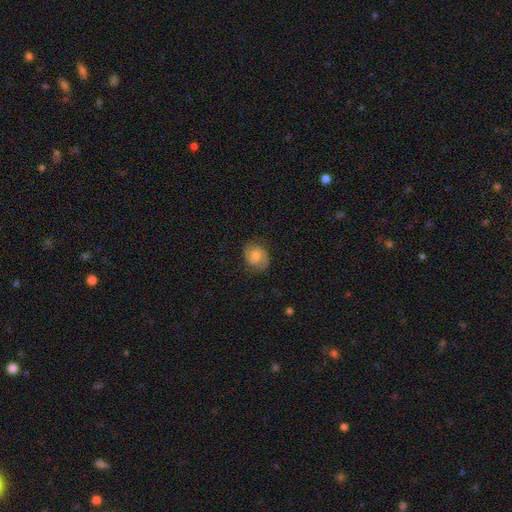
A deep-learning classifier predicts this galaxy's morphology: This appears to be a featured or disk galaxy (54%) with no bar (60%), spiral arms (89%) and a moderate central bulge (58%). Merging: none (78%).